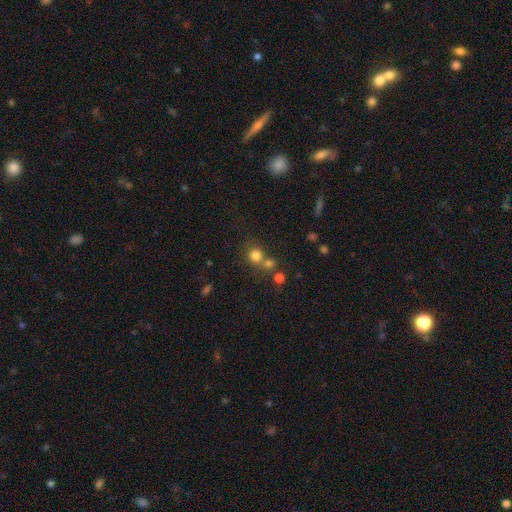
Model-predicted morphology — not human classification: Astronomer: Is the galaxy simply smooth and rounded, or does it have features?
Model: smooth — 78%.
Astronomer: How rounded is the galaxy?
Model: round — 86%.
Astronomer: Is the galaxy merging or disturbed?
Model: none — 56% (runner-up: merger, 32%).